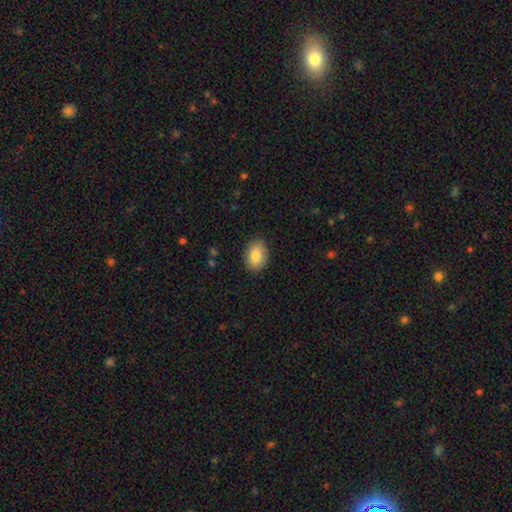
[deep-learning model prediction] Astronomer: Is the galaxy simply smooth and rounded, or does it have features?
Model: smooth — 84%.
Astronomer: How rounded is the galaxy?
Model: in between — 79%.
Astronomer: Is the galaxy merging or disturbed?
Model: none — 87%.